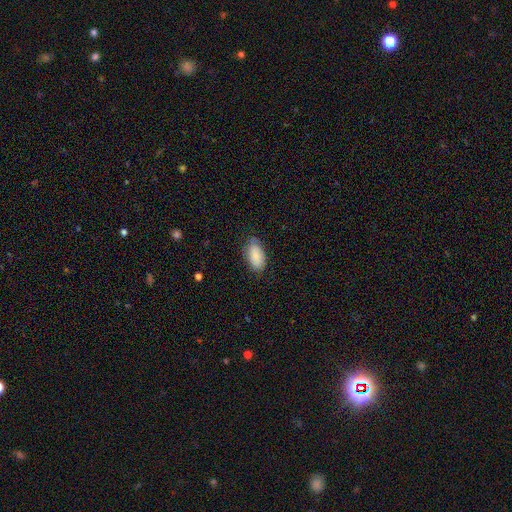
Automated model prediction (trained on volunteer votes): Smooth or featured?
  - smooth: 84% *
  - featured or disk: 10%
  - star or artifact: 6%
How rounded?
  - in between: 94% *
  - cigar-shaped: 3%
  - round: 3%
Merging?
  - none: 71% *
  - minor disturbance: 23%
  - major disturbance: 5%
  - merger: 1%